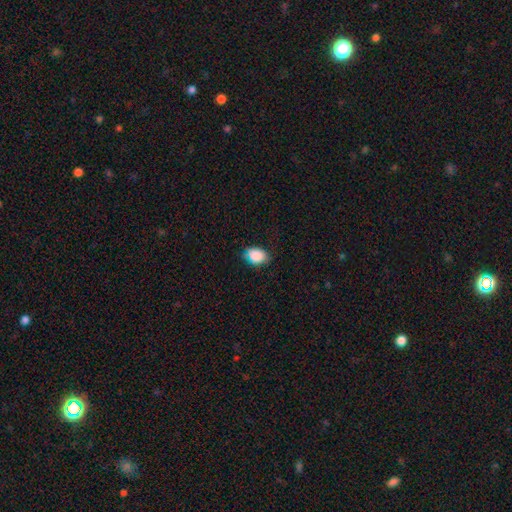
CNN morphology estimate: smooth 86%, star or artifact 9%, featured or disk 5%. Down the decision tree: how rounded — in between (66%); merging — none (70%).